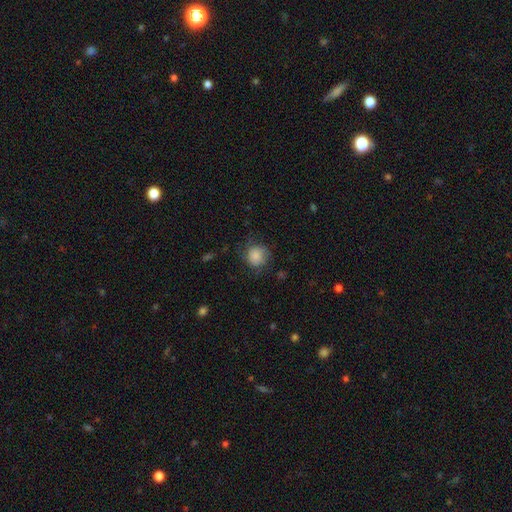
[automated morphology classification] Overall: smooth (78%). How rounded: round (88%). Merging: none (64%).